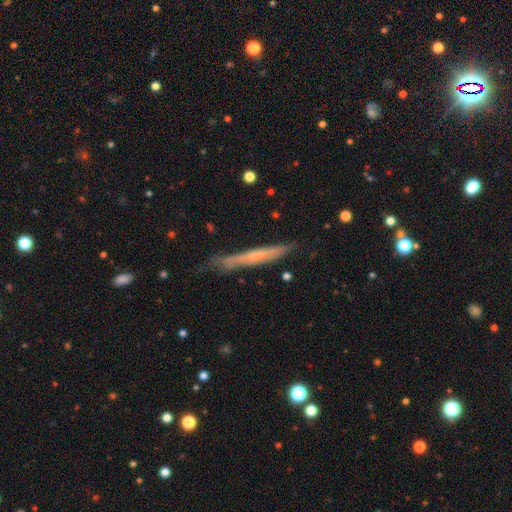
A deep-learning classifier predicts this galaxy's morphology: Overall: featured or disk (51%; smooth 43%). Edge-on disk: yes (91%). Merging: none (73%).